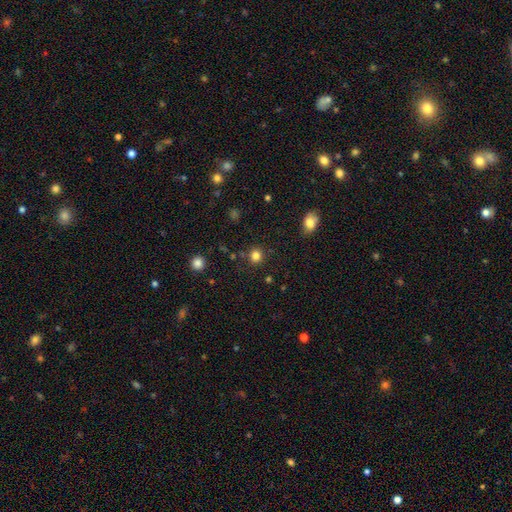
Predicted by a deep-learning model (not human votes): A smooth galaxy with no disk features (82%) that is round (88%). Merging: none (87%).